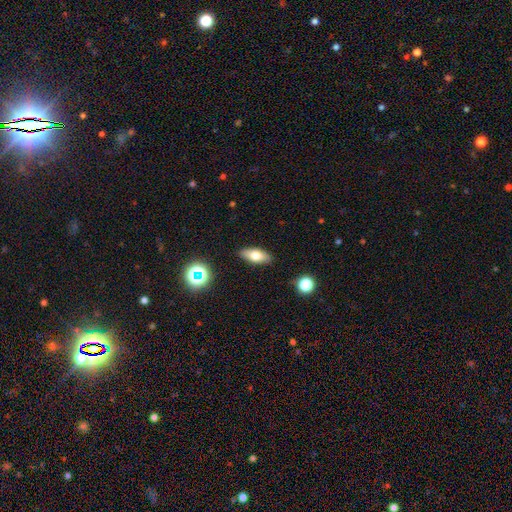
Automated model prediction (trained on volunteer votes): smooth_or_featured: smooth (p=0.68) [alt: featured or disk p=0.23]
how_rounded: in between (p=0.79) [alt: cigar-shaped p=0.16]
merging: none (p=0.88) [alt: minor disturbance p=0.09]